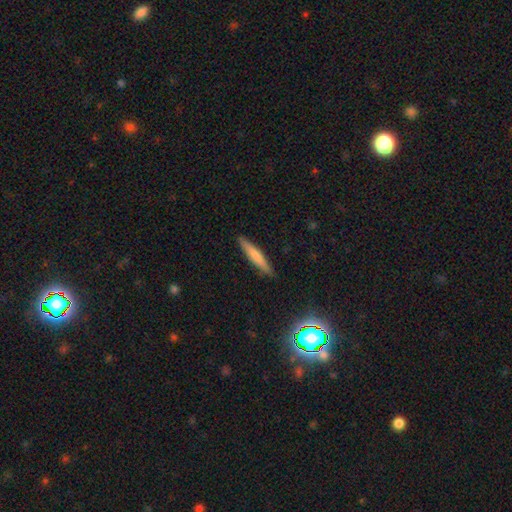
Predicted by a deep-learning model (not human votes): Morphology: type=smooth (64%); roundness=cigar-shaped (92%); merging=none (90%).